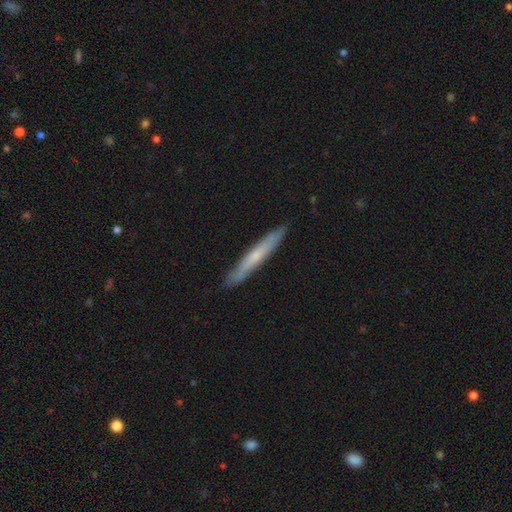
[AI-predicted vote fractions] This is possibly a smooth galaxy (50%). Merging: clearly none (89%).